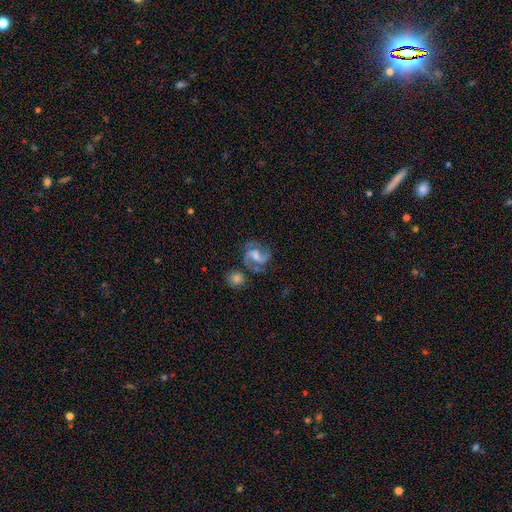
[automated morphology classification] This is clearly a featured or disk galaxy (80%). It is clearly not viewed edge-on (98%). Bar: possibly weak (52%). Spiral arm pattern: clearly yes (95%). Spiral arm count: likely 2 (77%). Spiral winding: possibly medium (57%). Central bulge: possibly moderate (47%). Merging: possibly none (57%).